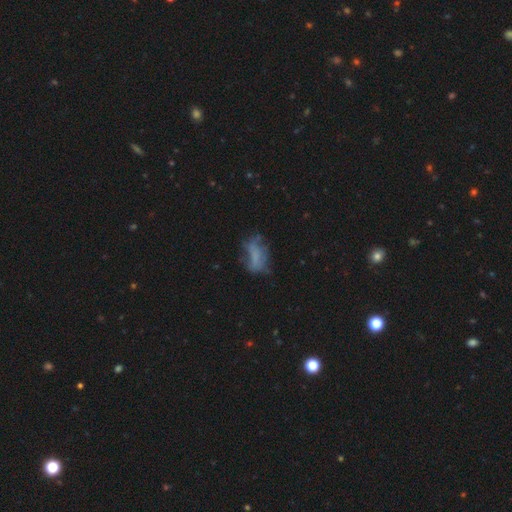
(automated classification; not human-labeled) smooth 49%, featured or disk 36%, star or artifact 15%. Down the decision tree: merging — none (40%).